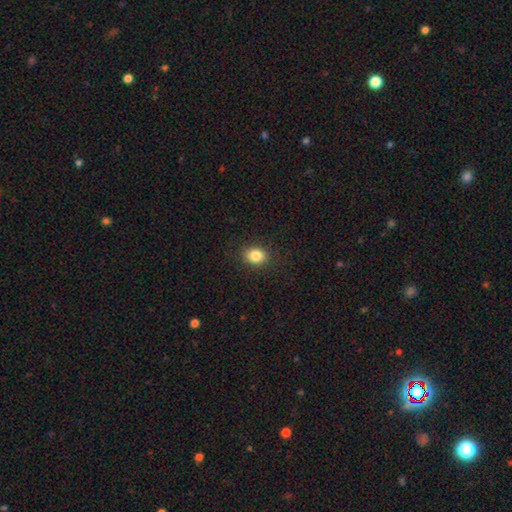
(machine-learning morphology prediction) Smooth or featured? Predicted: smooth (p=0.84). How rounded? Predicted: round (p=0.51). Merging? Predicted: none (p=0.88).